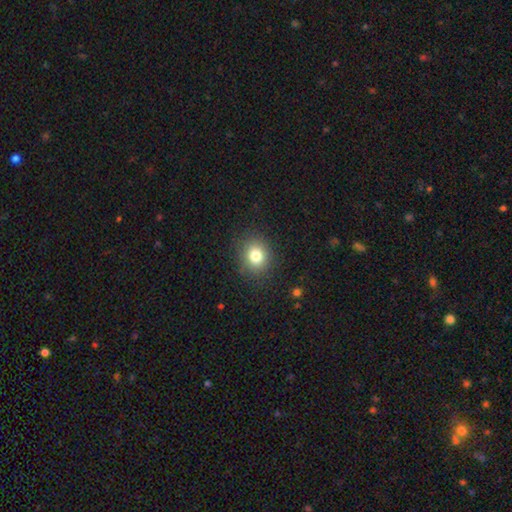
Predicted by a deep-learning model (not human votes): The model was most divided on "how rounded": round: 74%, in between: 25%, cigar-shaped: 1%. More confident: merging — none (87%); smooth or featured — smooth (79%).